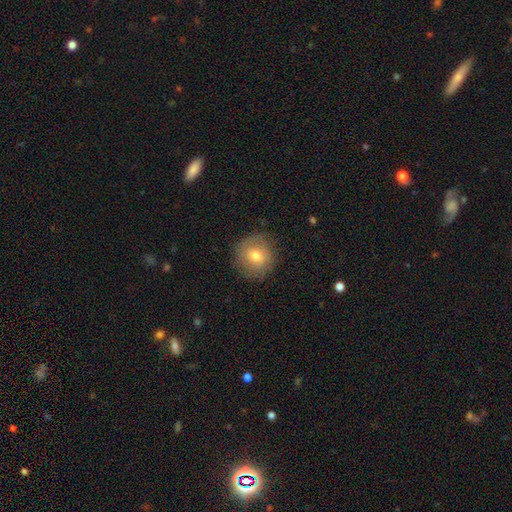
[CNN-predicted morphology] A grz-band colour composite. It shows a smooth galaxy with no disk features (59%) that is round (90%). Merging: none (83%).